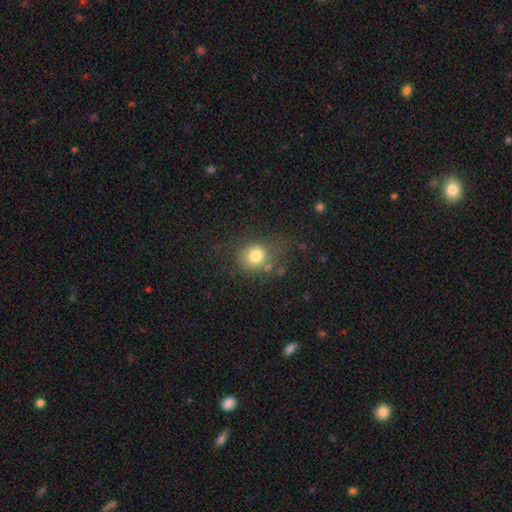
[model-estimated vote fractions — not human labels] Morphology: type=smooth (78%); roundness=round (78%); merging=none (66%).